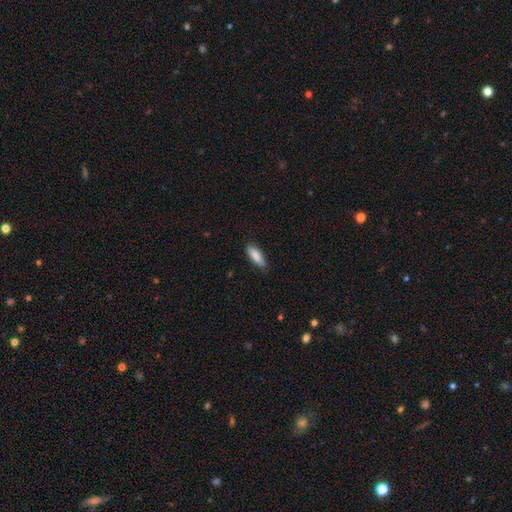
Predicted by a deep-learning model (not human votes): A smooth galaxy with no disk features (87%) that is in between round and cigar-shaped (63%).

Vote fractions:
- Smooth or featured? smooth: 87% / featured or disk: 7% / star or artifact: 6%
- How rounded? in between: 63% / cigar-shaped: 36% / round: 2%
- Merging? none: 80% / minor disturbance: 17% / major disturbance: 2% / merger: 1%